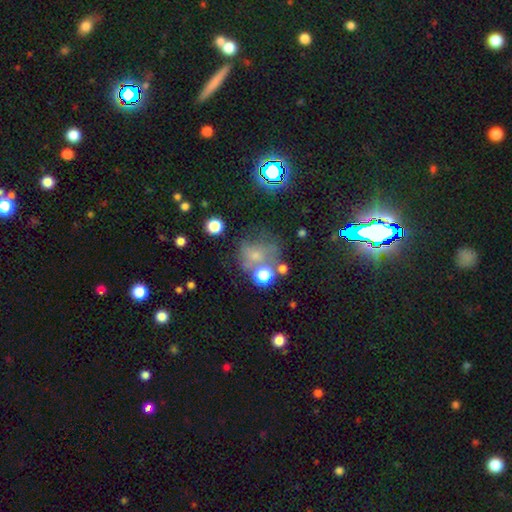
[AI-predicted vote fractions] This appears to be a smooth galaxy with no disk features (49%). Merging: none (46%).